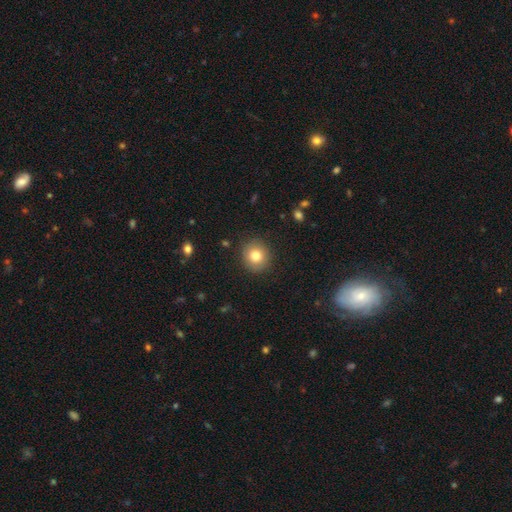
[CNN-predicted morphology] Overall: smooth (80%). How rounded: round (89%). Merging: none (89%).